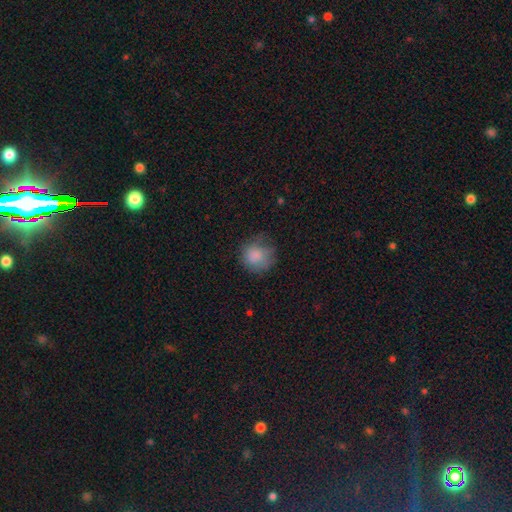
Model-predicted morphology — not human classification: smooth_or_featured: smooth (p=0.81) [alt: featured or disk p=0.10]
how_rounded: round (p=0.84) [alt: in between p=0.15]
merging: none (p=0.61) [alt: minor disturbance p=0.26]